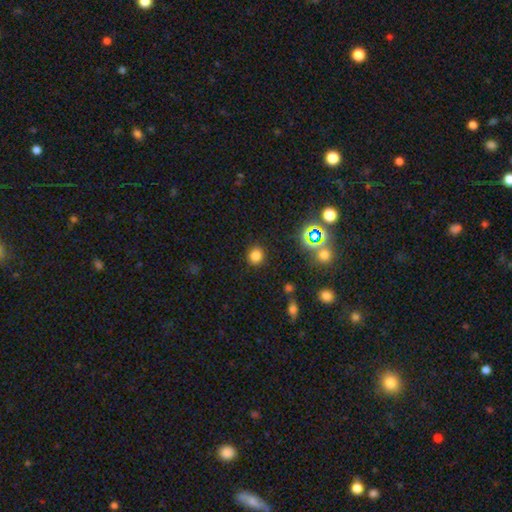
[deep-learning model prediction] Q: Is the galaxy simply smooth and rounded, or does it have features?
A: smooth — 78%.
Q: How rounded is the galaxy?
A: round — 88%.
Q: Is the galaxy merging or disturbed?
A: none — 89%.